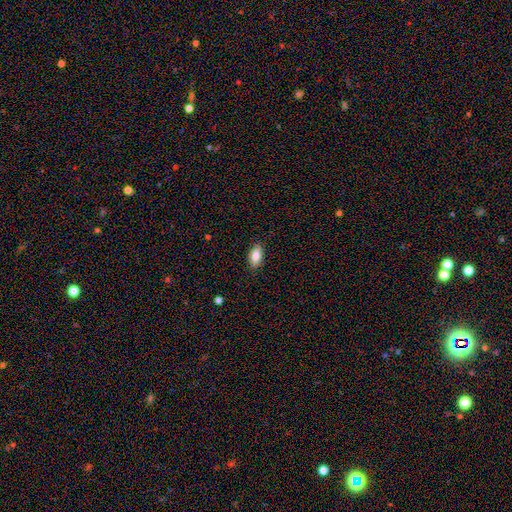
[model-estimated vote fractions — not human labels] This appears to be a smooth galaxy with no disk features (85%) that is in between round and cigar-shaped (90%). Merging: none (87%).